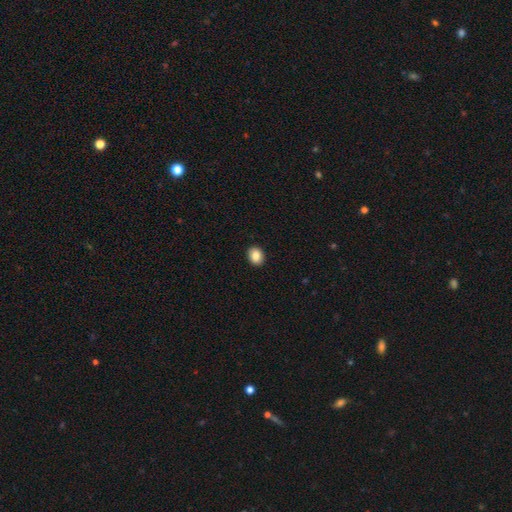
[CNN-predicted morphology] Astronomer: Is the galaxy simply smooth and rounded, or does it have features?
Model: smooth — 87%.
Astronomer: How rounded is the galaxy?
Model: in between — 50% (runner-up: round, 49%).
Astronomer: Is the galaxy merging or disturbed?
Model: none — 92%.